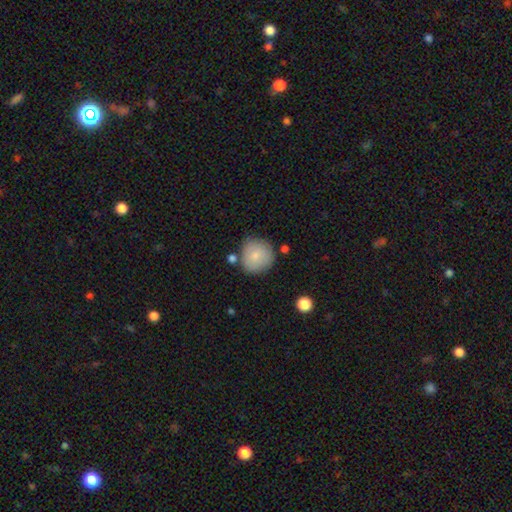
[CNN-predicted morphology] smooth 81%, featured or disk 12%, star or artifact 7%. Down the decision tree: how rounded — round (91%); merging — none (74%).